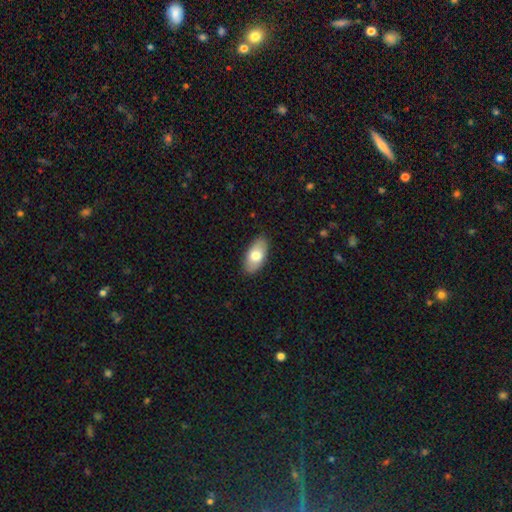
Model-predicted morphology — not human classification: This appears to be a smooth galaxy with no disk features (76%) that is in between round and cigar-shaped (93%). Merging: none (88%).